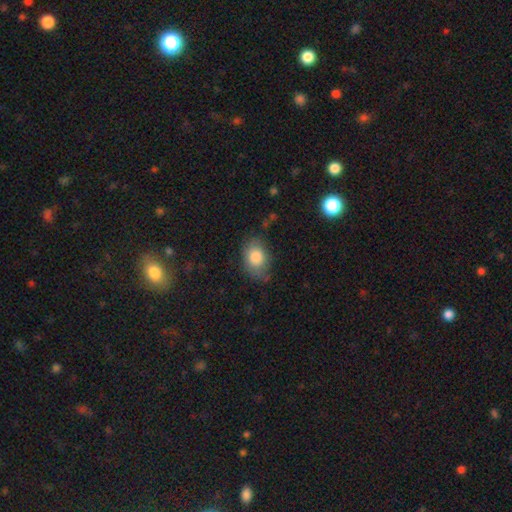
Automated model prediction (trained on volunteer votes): Overall: smooth (80%). How rounded: in between (75%). Merging: none (61%; minor disturbance 28%).